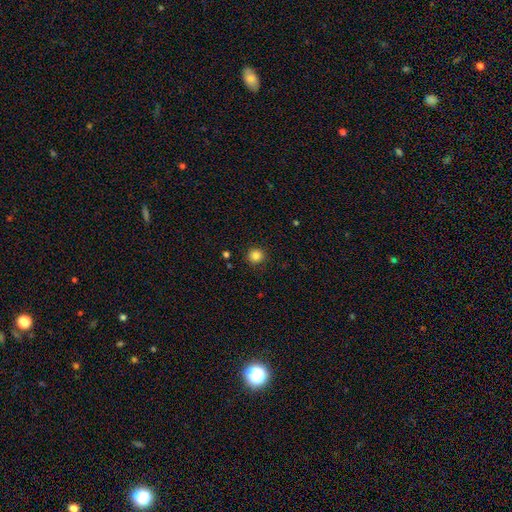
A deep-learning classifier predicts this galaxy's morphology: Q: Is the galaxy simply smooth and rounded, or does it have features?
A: smooth — 84%.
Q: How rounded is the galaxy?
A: round — 93%.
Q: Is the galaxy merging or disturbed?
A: none — 91%.